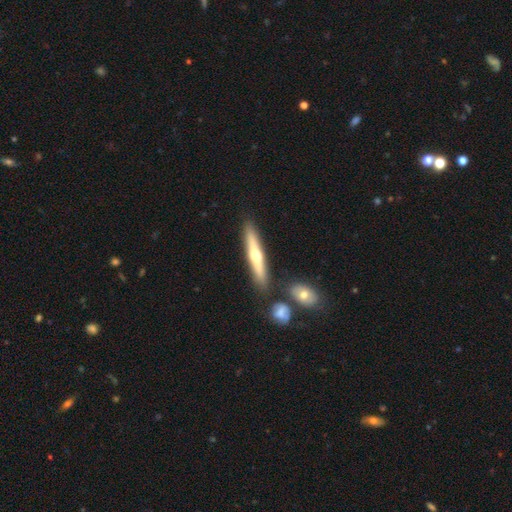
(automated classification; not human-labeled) Smooth or featured?
  - featured or disk: 57% *
  - smooth: 38%
  - star or artifact: 6%
Edge-on disk?
  - yes: 93% *
  - no: 7%
Edge-on bulge?
  - rounded: 89% *
  - none: 9%
  - boxy: 2%
Merging?
  - none: 84% *
  - minor disturbance: 9%
  - merger: 5%
  - major disturbance: 2%